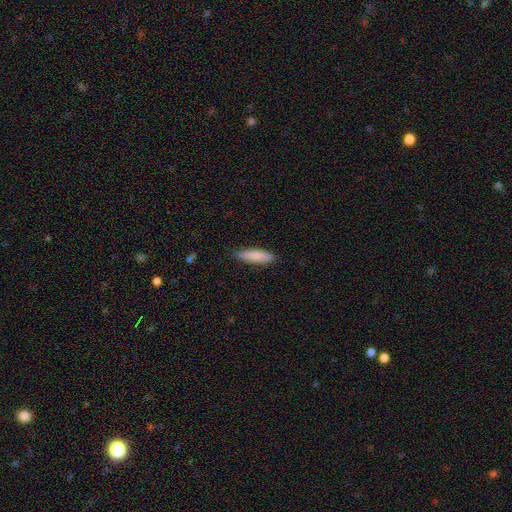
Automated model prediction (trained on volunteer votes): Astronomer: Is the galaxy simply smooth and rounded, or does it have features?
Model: smooth — 85%.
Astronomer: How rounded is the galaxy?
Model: cigar-shaped — 69%.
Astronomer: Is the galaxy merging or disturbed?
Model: none — 84%.